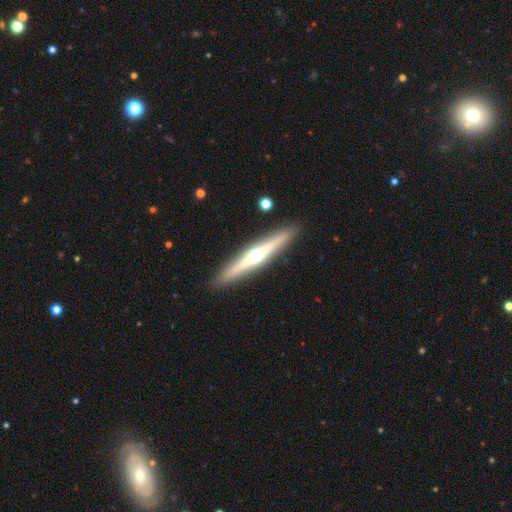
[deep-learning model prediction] Q: Smooth or featured?
A: featured or disk (73%); runner-up: smooth (22%)
Q: Edge-on disk?
A: yes (97%); runner-up: no (3%)
Q: Edge-on bulge?
A: rounded (90%); runner-up: none (7%)
Q: Merging?
A: none (91%); runner-up: minor disturbance (6%)